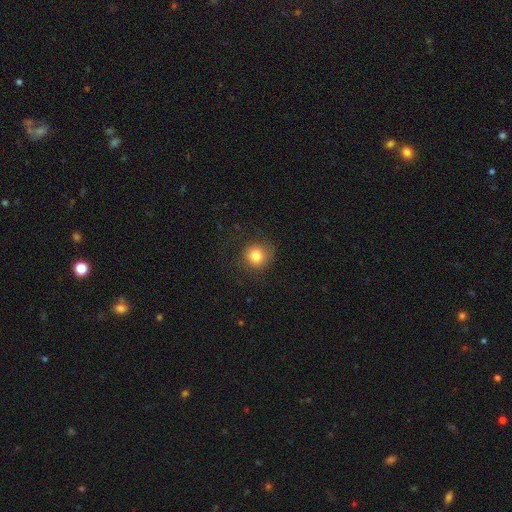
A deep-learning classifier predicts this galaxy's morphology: This is clearly a smooth galaxy (80%). How rounded: clearly round (90%). Merging: likely none (77%).